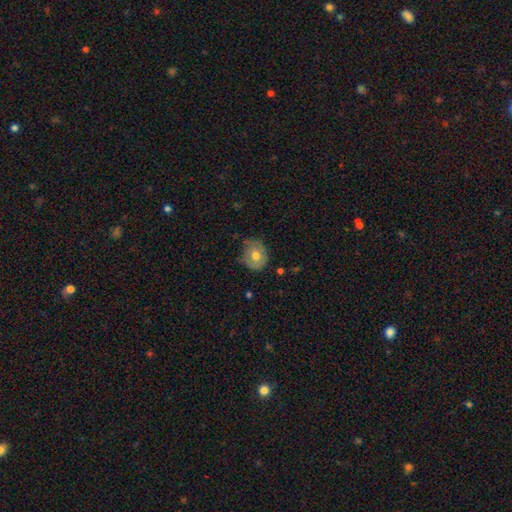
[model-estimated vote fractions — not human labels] Q: Smooth or featured?
A: smooth (67%); runner-up: featured or disk (25%)
Q: How rounded?
A: round (76%); runner-up: in between (24%)
Q: Merging?
A: none (63%); runner-up: minor disturbance (29%)